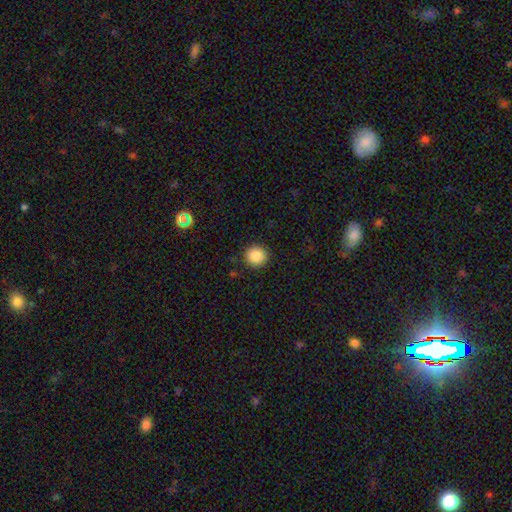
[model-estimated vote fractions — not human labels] The model was most divided on "smooth or featured": smooth: 87%, star or artifact: 10%, featured or disk: 4%. More confident: how rounded — round (93%); merging — none (91%).